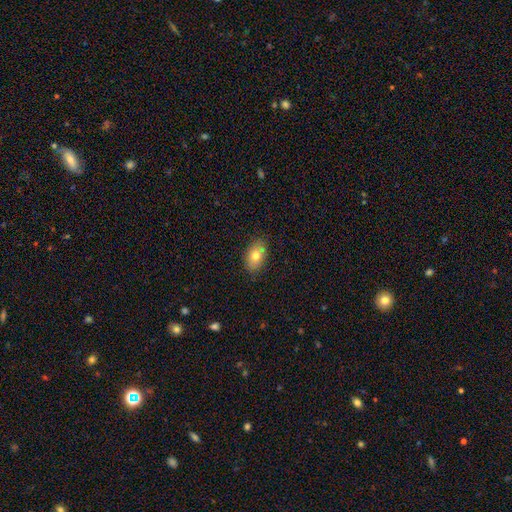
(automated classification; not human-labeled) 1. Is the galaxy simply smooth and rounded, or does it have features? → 74% smooth, 18% featured or disk, 8% star or artifact.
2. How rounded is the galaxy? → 88% in between, 10% round, 2% cigar-shaped.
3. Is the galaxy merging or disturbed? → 84% none, 12% minor disturbance, 2% major disturbance, 1% merger.